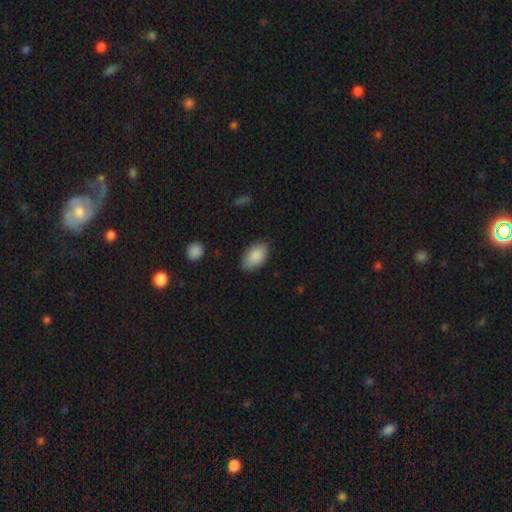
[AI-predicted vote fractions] Q: Smooth or featured?
A: smooth (88%); runner-up: star or artifact (6%)
Q: How rounded?
A: in between (93%); runner-up: round (5%)
Q: Merging?
A: none (81%); runner-up: minor disturbance (15%)